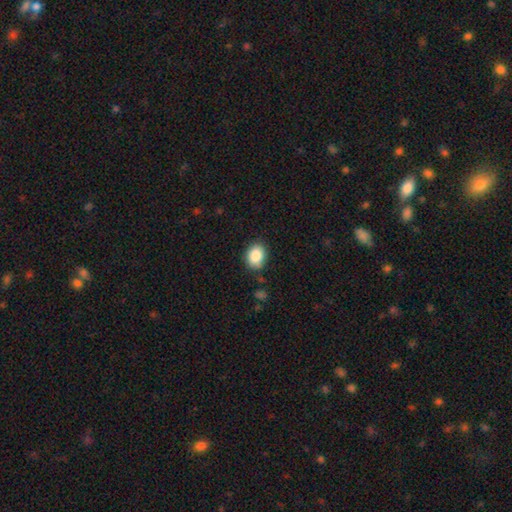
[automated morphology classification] This is clearly a smooth galaxy (87%). How rounded: likely in between (62%). Merging: clearly none (82%).